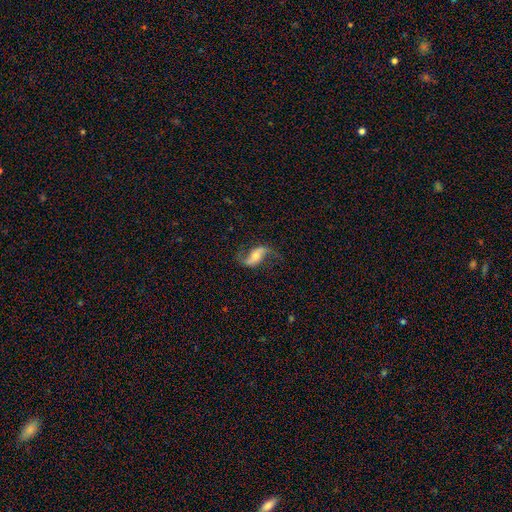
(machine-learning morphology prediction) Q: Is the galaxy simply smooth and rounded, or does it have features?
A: featured or disk — 84%.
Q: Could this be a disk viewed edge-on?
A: no — 94%.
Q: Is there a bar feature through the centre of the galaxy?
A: strong — 36%.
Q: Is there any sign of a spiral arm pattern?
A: yes — 95%.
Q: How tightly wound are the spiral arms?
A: loose — 78%.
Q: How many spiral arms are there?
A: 2 — 93%.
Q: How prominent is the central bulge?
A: moderate — 51%.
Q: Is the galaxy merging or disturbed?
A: none — 75%.